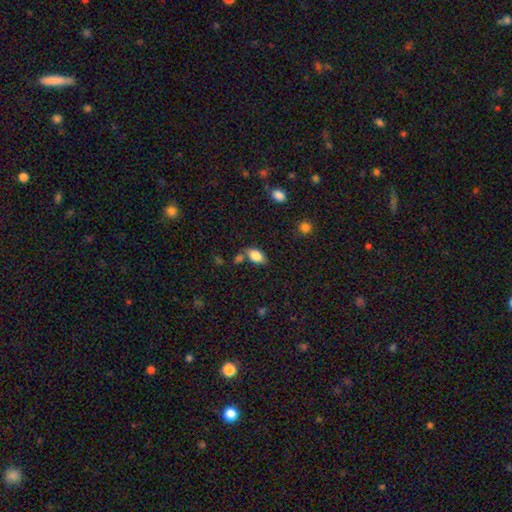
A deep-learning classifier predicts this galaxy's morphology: The model was most divided on "merging": none: 65%, minor disturbance: 17%, merger: 14%, major disturbance: 5%. More confident: how rounded — in between (91%); smooth or featured — smooth (84%).